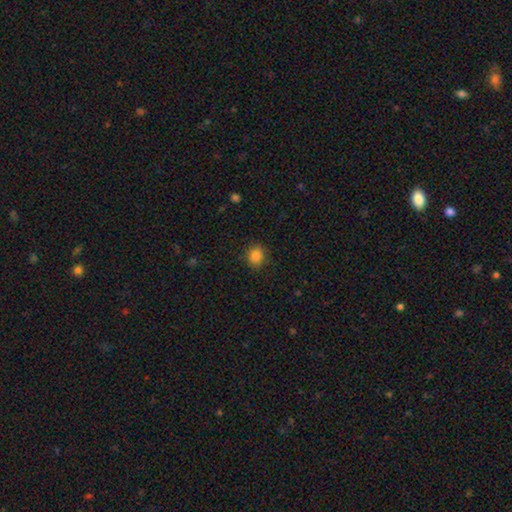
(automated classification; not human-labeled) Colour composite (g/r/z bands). It shows a smooth galaxy with no disk features (85%) that is round (70%). Merging: none (86%).